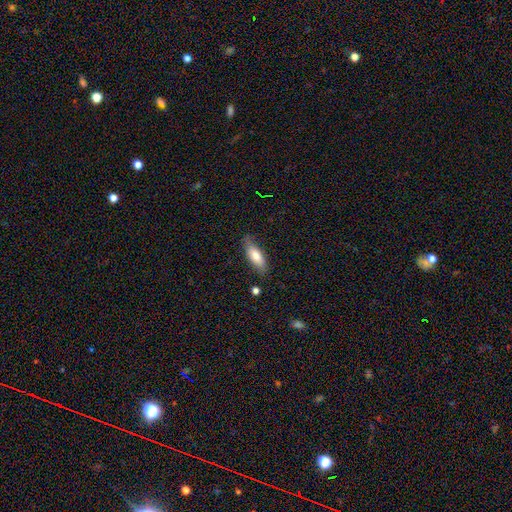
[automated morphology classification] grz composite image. It shows a smooth galaxy with no disk features (74%) that is in between round and cigar-shaped (64%). Merging: none (76%).